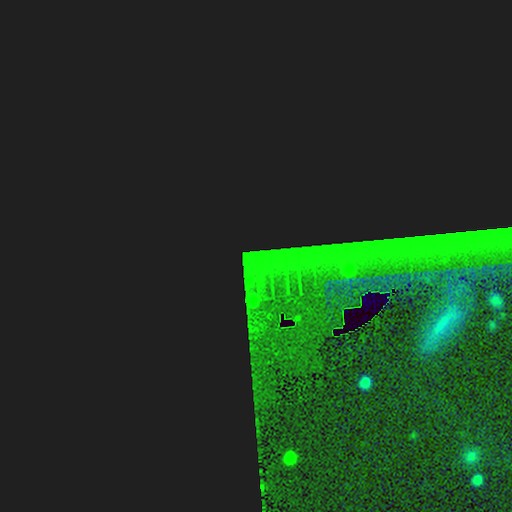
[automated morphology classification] smooth-or-featured: star or artifact: 85% | featured or disk: 8% | smooth: 7%